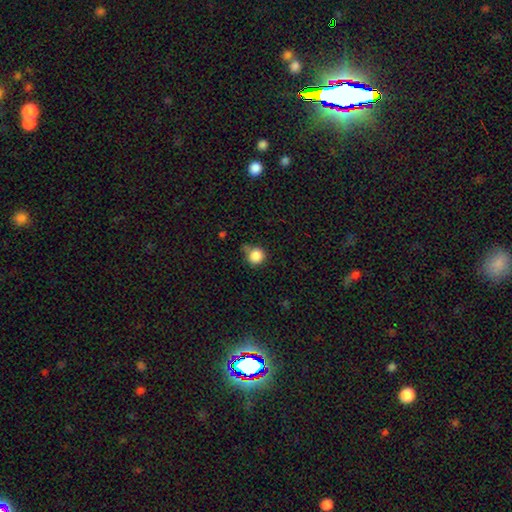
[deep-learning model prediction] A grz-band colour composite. It shows a smooth galaxy with no disk features (86%) that is round (90%). Merging: none (62%).